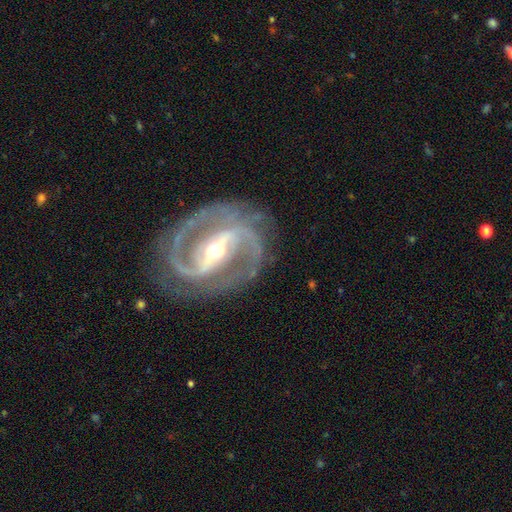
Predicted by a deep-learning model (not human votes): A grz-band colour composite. It shows a featured or disk galaxy (92%) with a strong bar (69%), 2 (86%) medium (48%) spiral arms (98%) and a moderate central bulge (54%). Merging: none (80%).